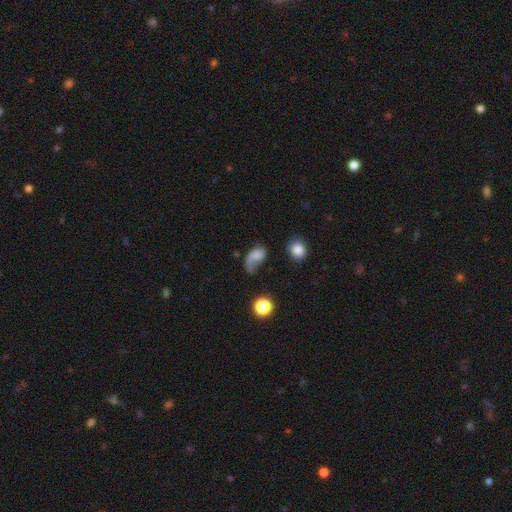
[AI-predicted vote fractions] smooth 54%, featured or disk 34%, star or artifact 12%. Down the decision tree: how rounded — in between (78%); merging — major disturbance (44%).